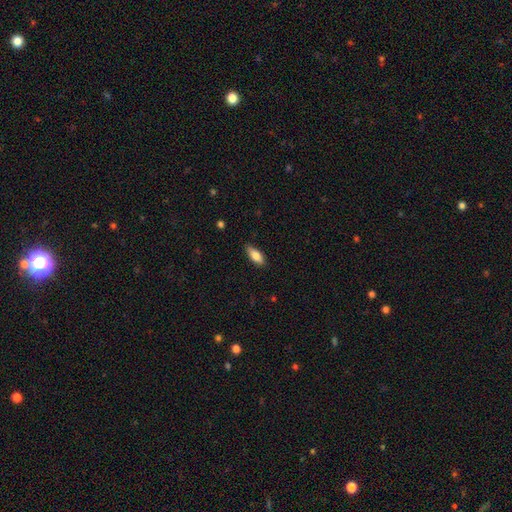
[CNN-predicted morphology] smooth 80%, featured or disk 14%, star or artifact 6%. Down the decision tree: how rounded — in between (77%); merging — none (84%).